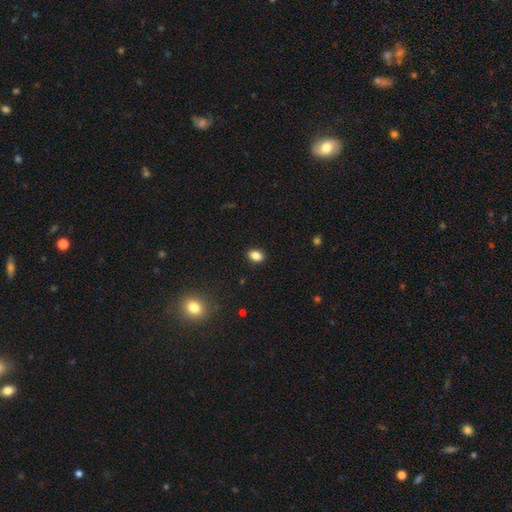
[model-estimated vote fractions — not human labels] Smooth or featured? smooth (85%)
How rounded? in between (76%)
Merging? none (90%)